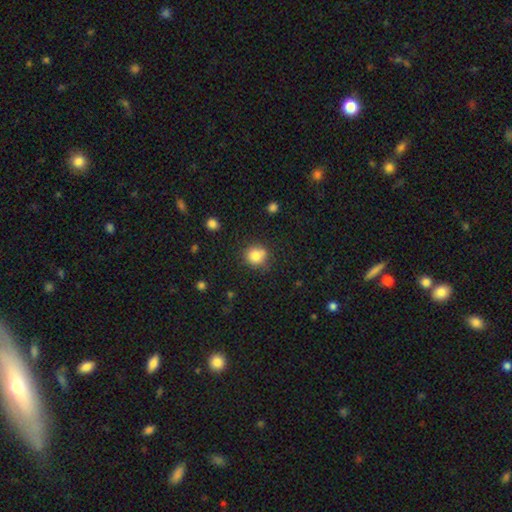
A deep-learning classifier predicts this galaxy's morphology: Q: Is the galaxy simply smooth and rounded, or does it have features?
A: smooth — 83%.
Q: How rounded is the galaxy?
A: round — 88%.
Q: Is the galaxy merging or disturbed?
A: none — 75%.